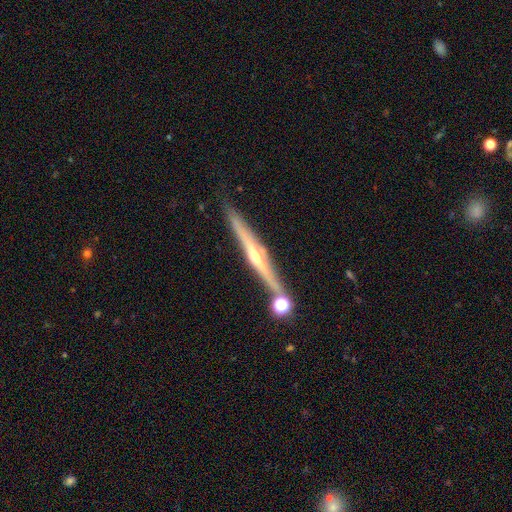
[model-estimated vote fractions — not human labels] This is likely a featured or disk galaxy (80%). It is clearly viewed edge-on (97%). Edge-on bulge: clearly rounded (84%). Merging: clearly none (82%).